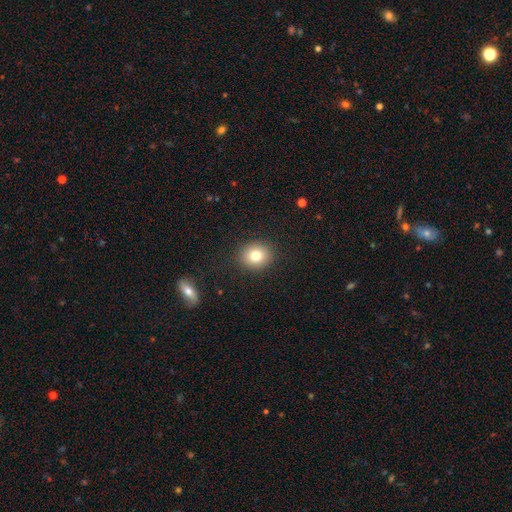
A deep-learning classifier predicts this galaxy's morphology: A smooth galaxy with no disk features (79%) that is round (74%). Merging: none (90%).